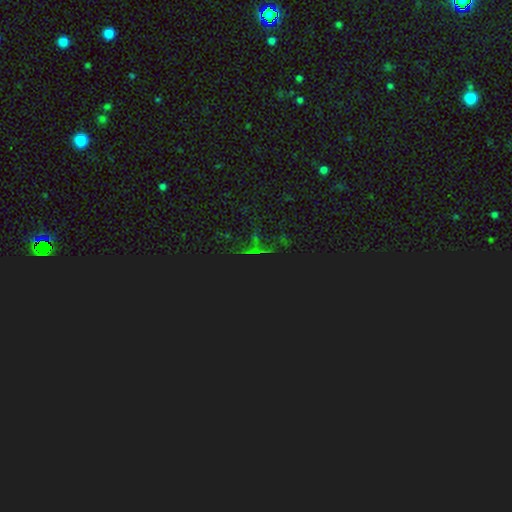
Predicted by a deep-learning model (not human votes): smooth_or_featured: star or artifact (p=0.83) [alt: smooth p=0.09]